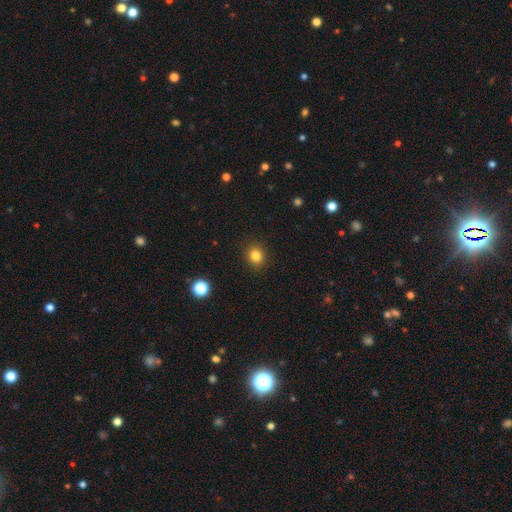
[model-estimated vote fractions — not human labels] A smooth galaxy with no disk features (83%) that is round (80%). Merging: none (90%).